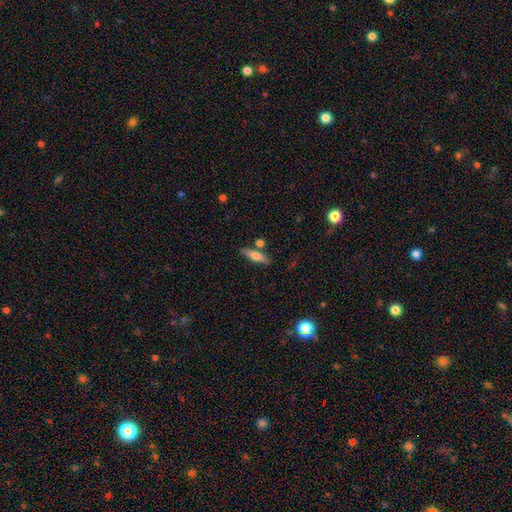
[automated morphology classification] This is possibly a smooth galaxy (60%). How rounded: likely cigar-shaped (67%). Merging: likely none (76%).